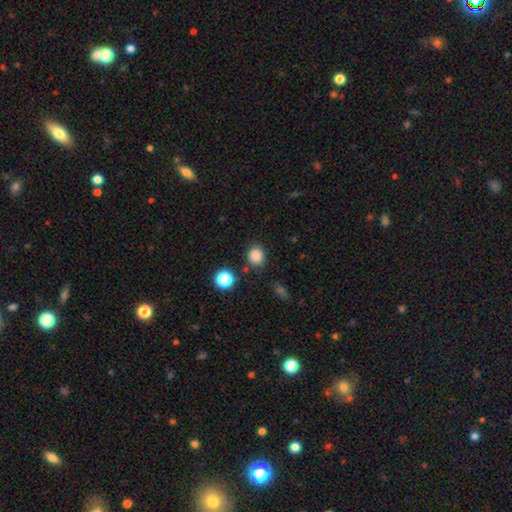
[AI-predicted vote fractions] This is clearly a smooth galaxy (84%). How rounded: likely round (75%). Merging: clearly none (80%).